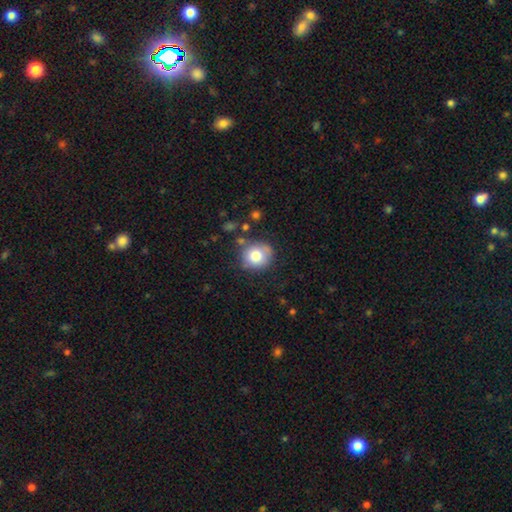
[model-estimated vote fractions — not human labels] Smooth or featured: smooth — 79% (featured or disk — 12%)
How rounded: round — 84% (in between — 15%)
Merging: none — 70% (minor disturbance — 19%)